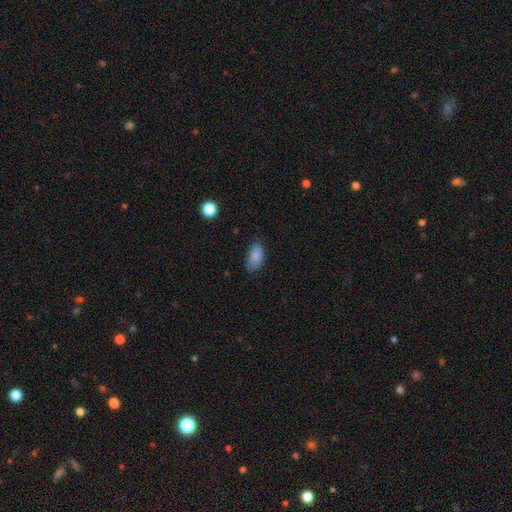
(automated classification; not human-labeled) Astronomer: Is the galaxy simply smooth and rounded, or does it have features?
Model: smooth — 86%.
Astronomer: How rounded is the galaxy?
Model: in between — 92%.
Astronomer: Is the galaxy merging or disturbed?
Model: none — 71%.